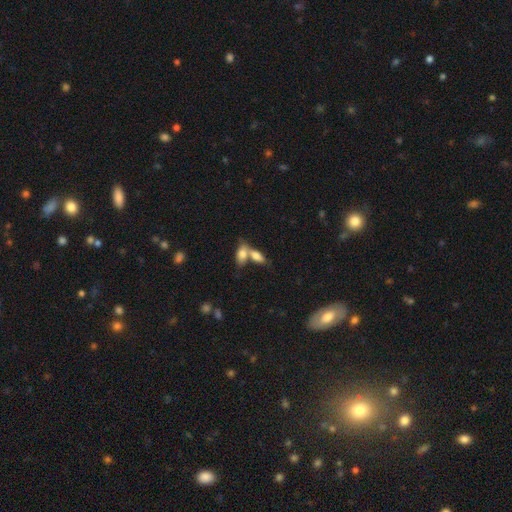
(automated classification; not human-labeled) Q: Smooth or featured?
A: smooth (77%); runner-up: featured or disk (15%)
Q: How rounded?
A: in between (84%); runner-up: cigar-shaped (12%)
Q: Merging?
A: merger (58%); runner-up: none (31%)